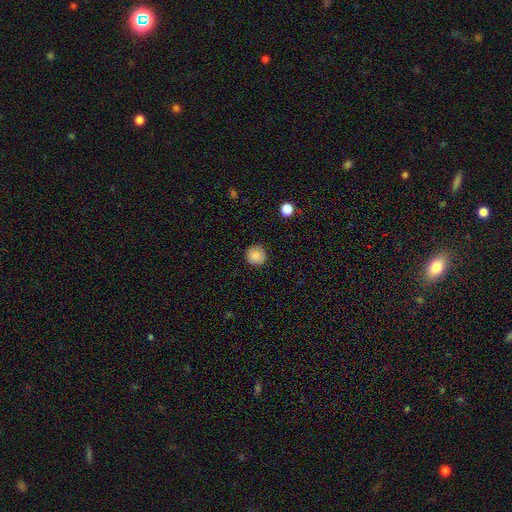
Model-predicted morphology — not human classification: The model was most divided on "smooth or featured": smooth: 86%, star or artifact: 9%, featured or disk: 5%. More confident: how rounded — round (96%); merging — none (90%).